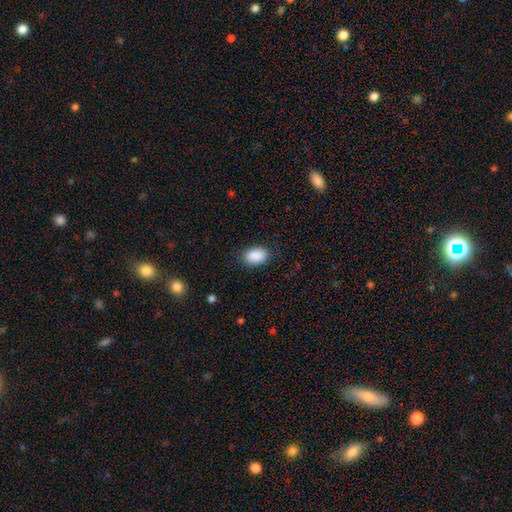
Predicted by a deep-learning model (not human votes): A smooth galaxy with no disk features (90%) that is in between round and cigar-shaped (87%). Merging: none (82%).